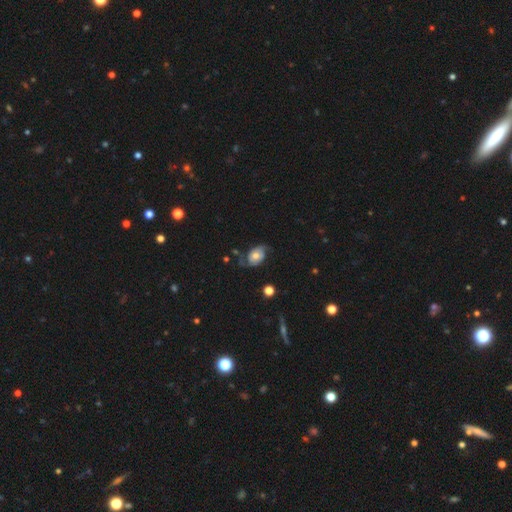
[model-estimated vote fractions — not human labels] Smooth or featured? Predicted: featured or disk (p=0.61). Edge-on disk? Predicted: no (p=0.95). Bar? Predicted: no (p=0.77). Spiral arms? Predicted: yes (p=0.77). Bulge size? Predicted: moderate (p=0.66). Merging? Predicted: none (p=0.55).